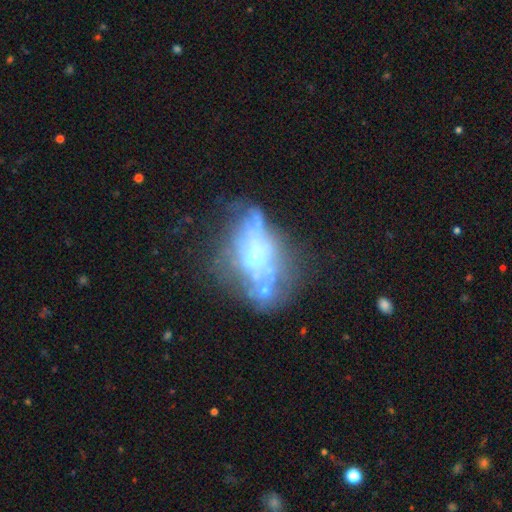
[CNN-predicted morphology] Smooth or featured?
  - featured or disk: 61% *
  - smooth: 23%
  - star or artifact: 16%
Edge-on disk?
  - no: 88% *
  - yes: 12%
Bar?
  - no: 83% *
  - weak: 12%
  - strong: 5%
Spiral arms?
  - no: 82% *
  - yes: 18%
Bulge size?
  - moderate: 51% *
  - small: 37%
  - large: 6%
  - none: 4%
  - dominant: 2%
Merging?
  - none: 38% *
  - major disturbance: 27%
  - minor disturbance: 19%
  - merger: 17%